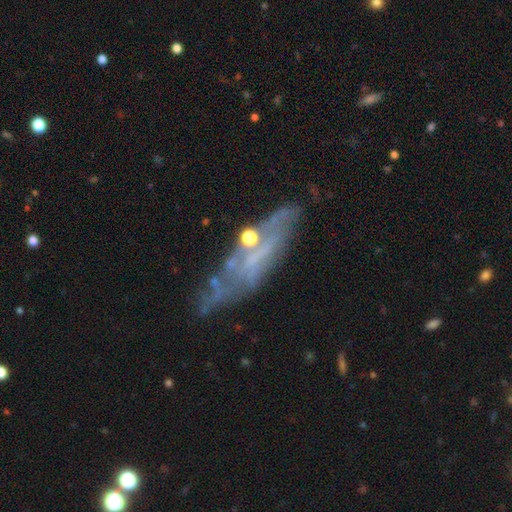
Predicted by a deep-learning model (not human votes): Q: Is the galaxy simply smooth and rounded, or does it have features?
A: featured or disk — 67%.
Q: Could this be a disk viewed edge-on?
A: no — 68%.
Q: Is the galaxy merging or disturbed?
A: none — 55%.